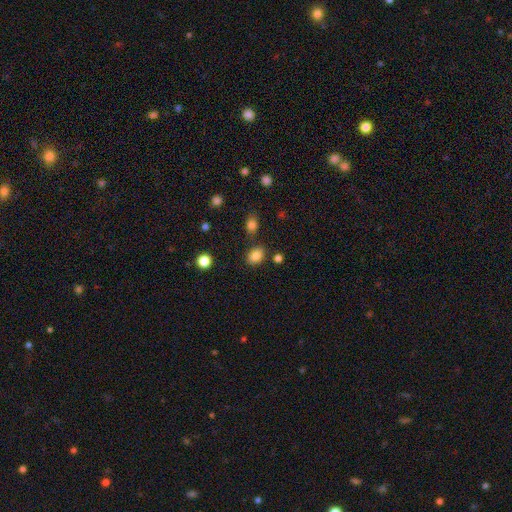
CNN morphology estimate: This appears to be a smooth galaxy with no disk features (85%) that is in between round and cigar-shaped (72%). Merging: none (77%).